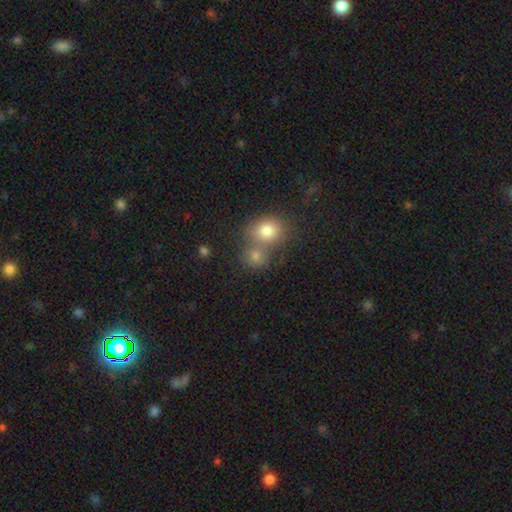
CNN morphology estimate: Smooth or featured? smooth (75%)
How rounded? round (70%)
Merging? merger (47%)